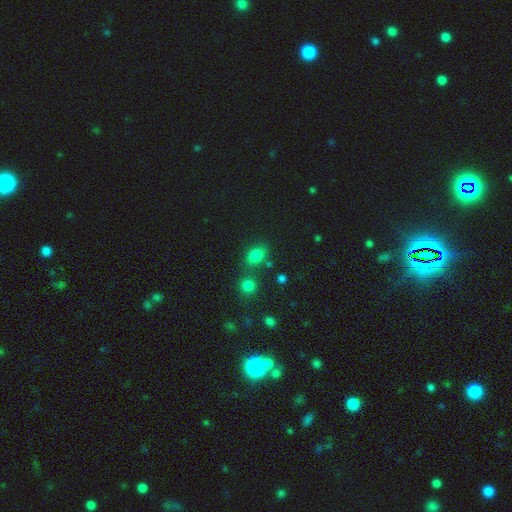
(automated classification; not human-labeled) Smooth or featured? Predicted: smooth (p=0.78). How rounded? Predicted: in between (p=0.75). Merging? Predicted: none (p=0.66).